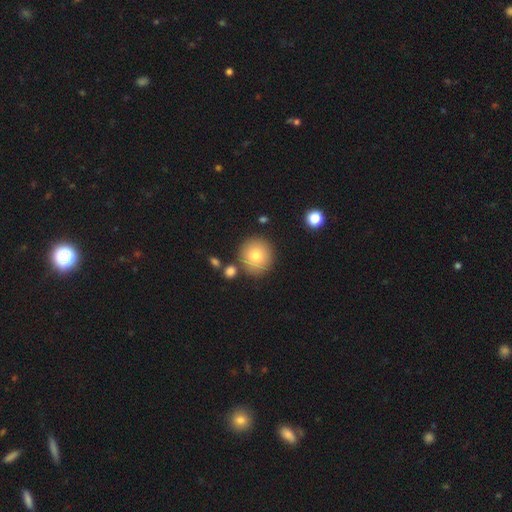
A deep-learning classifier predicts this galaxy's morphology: The model was most divided on "smooth or featured": smooth: 79%, featured or disk: 12%, star or artifact: 10%. More confident: how rounded — round (92%); merging — none (82%).